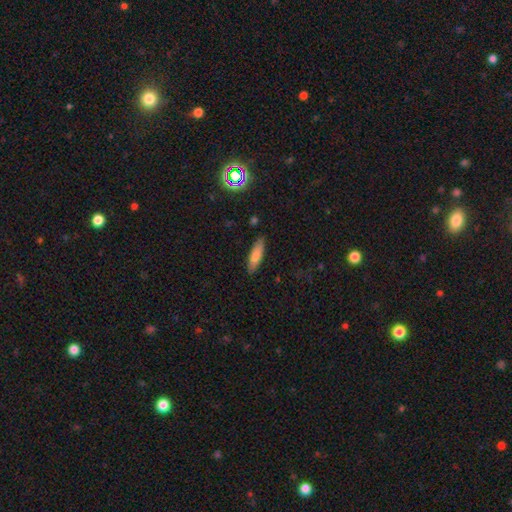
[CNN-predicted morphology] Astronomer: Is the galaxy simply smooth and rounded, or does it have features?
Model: smooth — 77%.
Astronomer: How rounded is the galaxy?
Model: cigar-shaped — 62% (runner-up: in between, 37%).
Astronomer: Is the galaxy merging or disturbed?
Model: none — 87%.